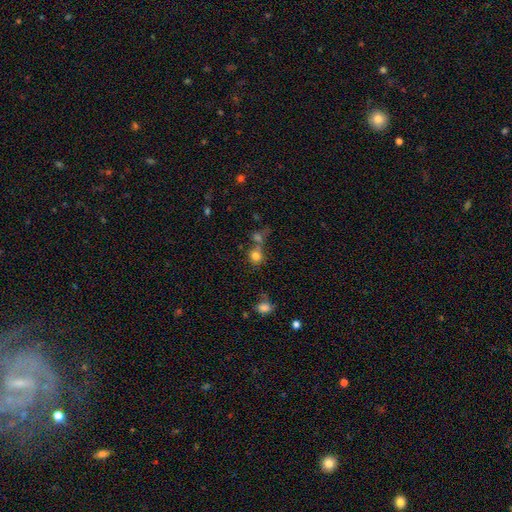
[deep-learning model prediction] smooth 77%, star or artifact 14%, featured or disk 9%. Down the decision tree: how rounded — round (84%); merging — none (51%).